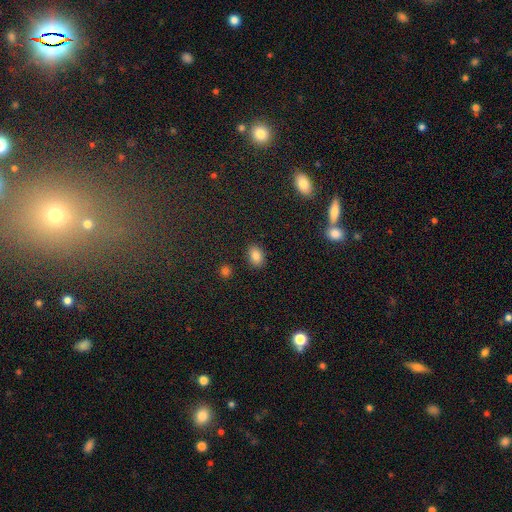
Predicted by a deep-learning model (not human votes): Morphology: type=smooth (84%); roundness=in between (82%); merging=none (87%).